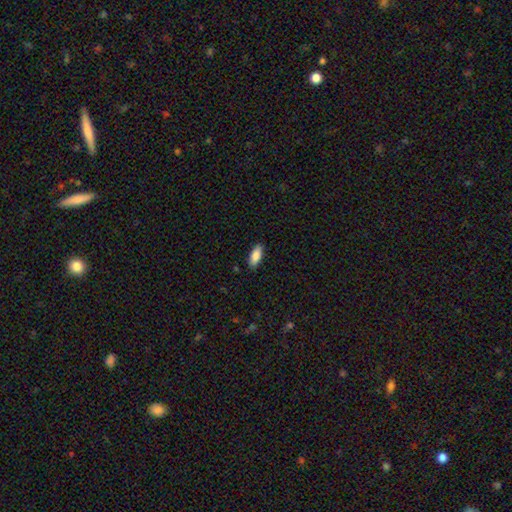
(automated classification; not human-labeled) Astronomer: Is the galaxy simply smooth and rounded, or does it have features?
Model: smooth — 85%.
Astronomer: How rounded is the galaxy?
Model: in between — 80%.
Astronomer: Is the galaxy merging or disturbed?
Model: none — 88%.